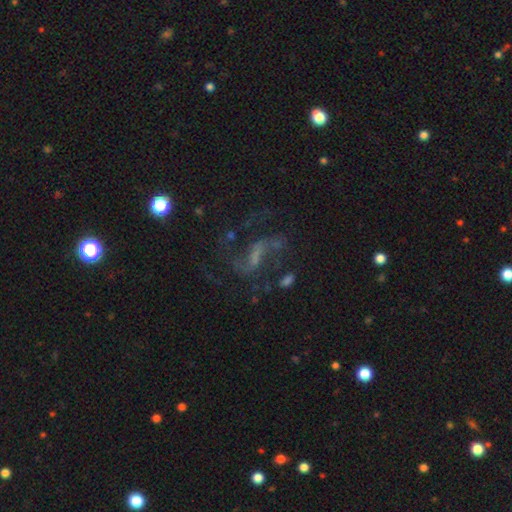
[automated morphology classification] A featured or disk galaxy (72%) with a weak bar (43%), 2 (80%) loose (60%) spiral arms (88%) and no central bulge (43%).

Vote fractions:
- Smooth or featured? featured or disk: 72% / star or artifact: 16% / smooth: 12%
- Edge-on disk? no: 96% / yes: 4%
- Bar? weak: 43% / strong: 33% / no: 24%
- Spiral arms? yes: 88% / no: 12%
- Spiral winding? loose: 60% / medium: 32% / tight: 7%
- Spiral arm count? 2: 80% / can't tell: 8% / 1: 5% / 3: 4% / 4: 2% / more than 4: 2%
- Bulge size? none: 43% / small: 35% / moderate: 18% / large: 4% / dominant: 1%
- Merging? none: 52% / major disturbance: 26% / minor disturbance: 16% / merger: 6%